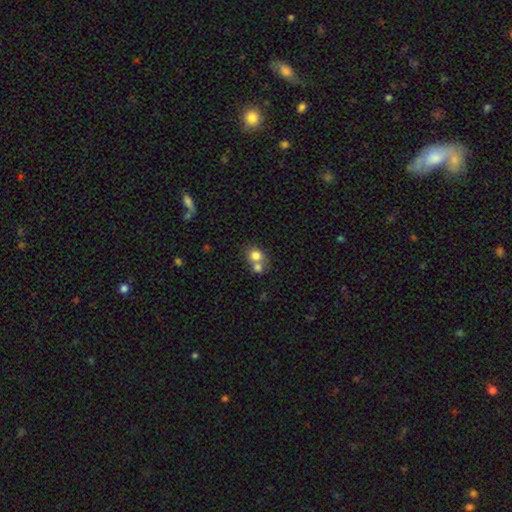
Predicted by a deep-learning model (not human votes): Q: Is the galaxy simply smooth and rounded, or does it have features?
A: smooth — 78%.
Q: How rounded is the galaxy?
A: round — 74%.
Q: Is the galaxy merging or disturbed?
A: merger — 53%.